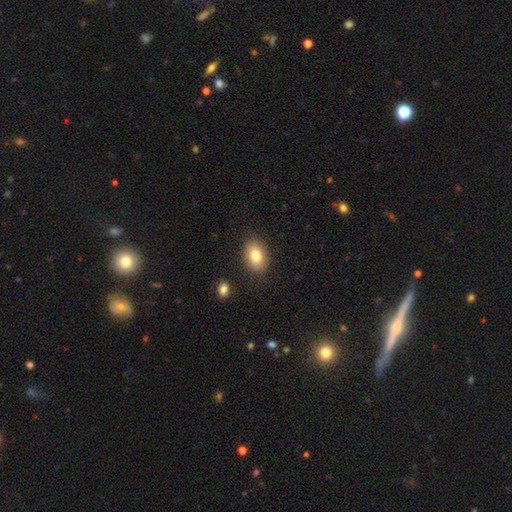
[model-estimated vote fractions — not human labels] smooth-or-featured: smooth: 81% | featured or disk: 11% | star or artifact: 8%
  how-rounded: in between: 83% | round: 16% | cigar-shaped: 1%
  merging: none: 85% | minor disturbance: 10% | major disturbance: 3% | merger: 2%